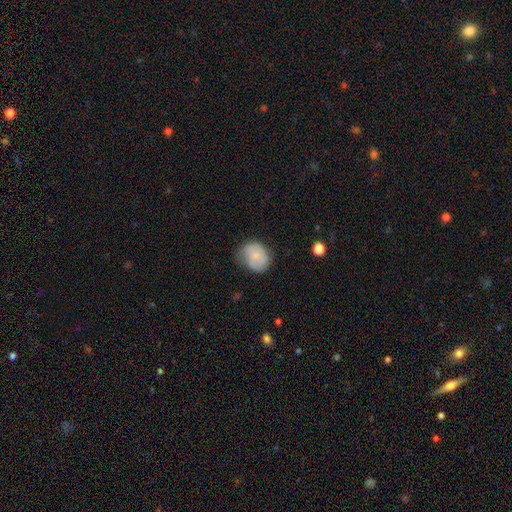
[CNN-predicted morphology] Smooth or featured?
  - smooth: 78% *
  - featured or disk: 15%
  - star or artifact: 7%
How rounded?
  - round: 56% *
  - in between: 43%
  - cigar-shaped: 1%
Merging?
  - none: 46% *
  - minor disturbance: 38%
  - major disturbance: 14%
  - merger: 2%